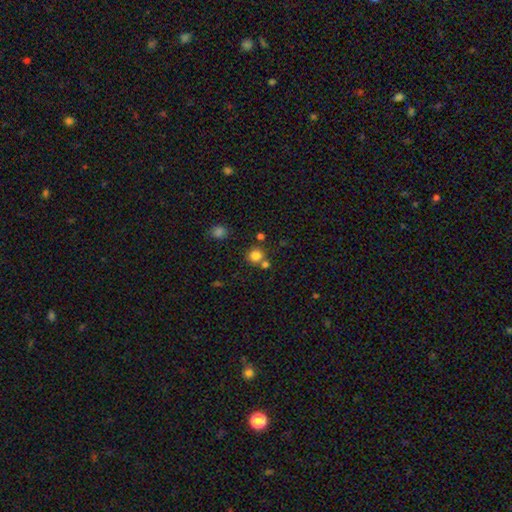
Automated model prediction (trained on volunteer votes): Smooth or featured: smooth — 81% (star or artifact — 13%)
How rounded: round — 90% (in between — 9%)
Merging: none — 65% (merger — 24%)